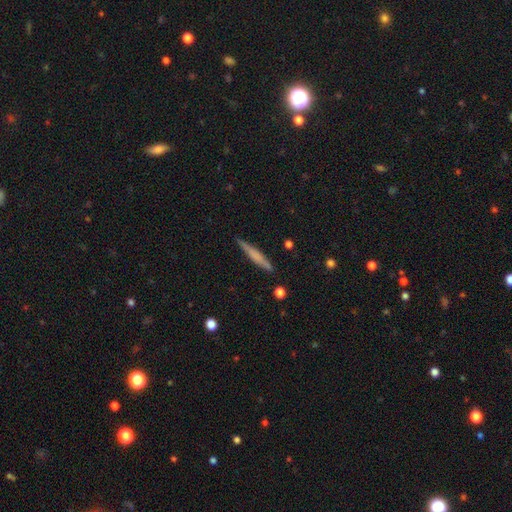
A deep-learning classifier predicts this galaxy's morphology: smooth_or_featured: smooth (p=0.52) [alt: featured or disk p=0.42]
how_rounded: cigar-shaped (p=0.95) [alt: in between p=0.04]
merging: none (p=0.88) [alt: minor disturbance p=0.09]